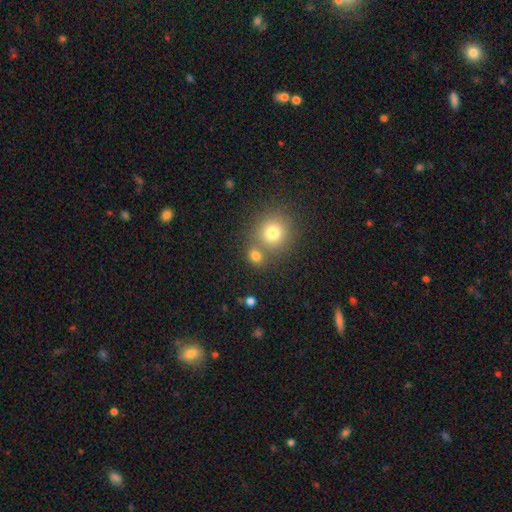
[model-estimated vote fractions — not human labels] Smooth or featured? smooth (78%)
How rounded? round (72%)
Merging? none (56%)